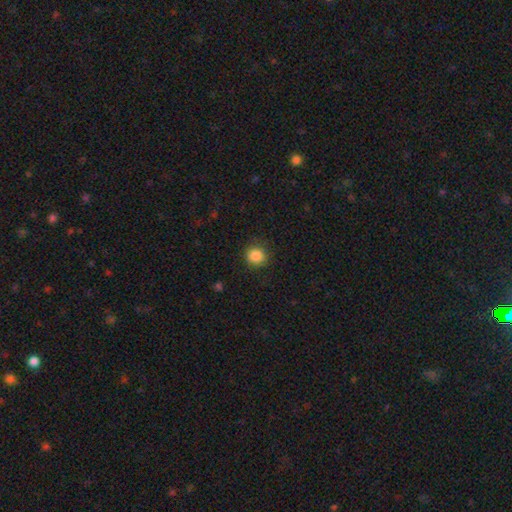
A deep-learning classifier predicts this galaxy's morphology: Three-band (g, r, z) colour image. It shows a smooth galaxy with no disk features (87%) that is round (89%). Merging: none (88%).